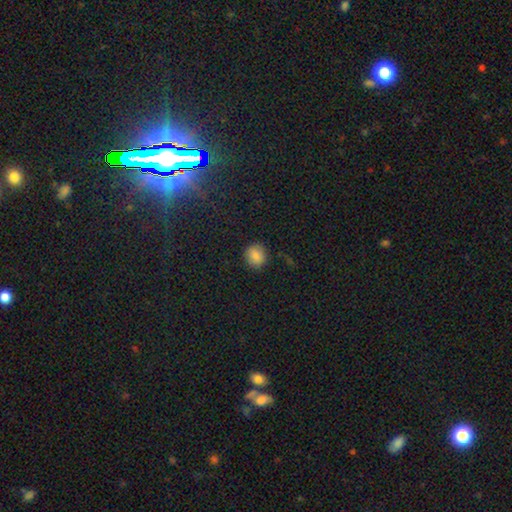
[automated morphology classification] smooth-or-featured: smooth: 83% | star or artifact: 11% | featured or disk: 6%
  how-rounded: round: 79% | in between: 20% | cigar-shaped: 1%
  merging: none: 87% | minor disturbance: 9% | major disturbance: 3% | merger: 1%